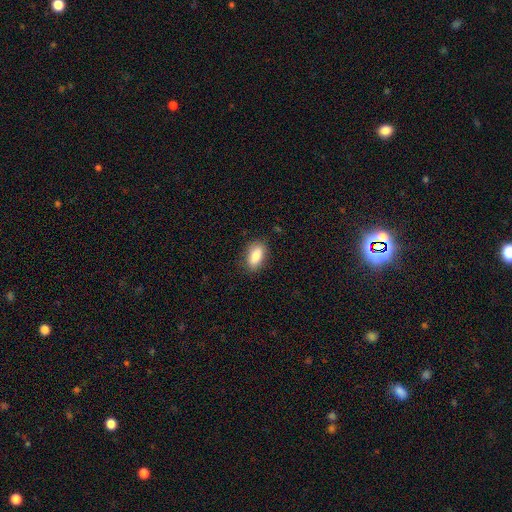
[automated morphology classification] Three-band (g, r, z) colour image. It shows a smooth galaxy with no disk features (85%) that is in between round and cigar-shaped (90%). Merging: none (83%).